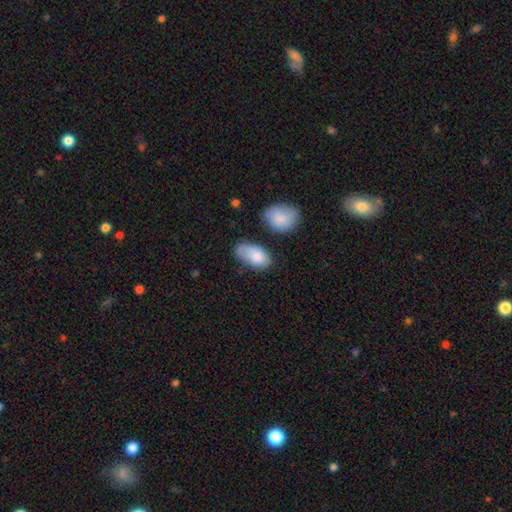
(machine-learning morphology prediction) This is clearly a smooth galaxy (80%). How rounded: clearly in between (93%). Merging: possibly none (46%).